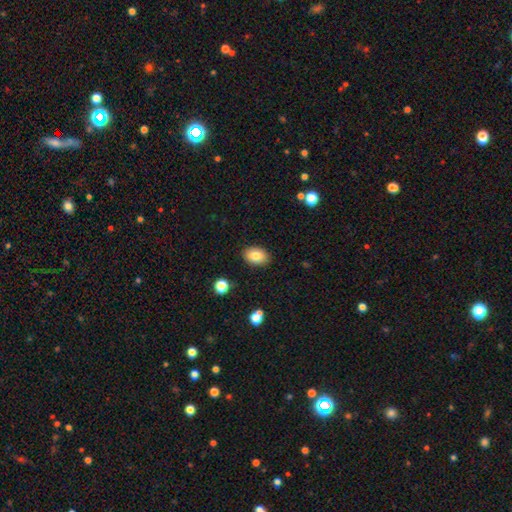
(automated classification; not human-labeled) A smooth galaxy with no disk features (82%) that is in between round and cigar-shaped (84%). Merging: none (88%).